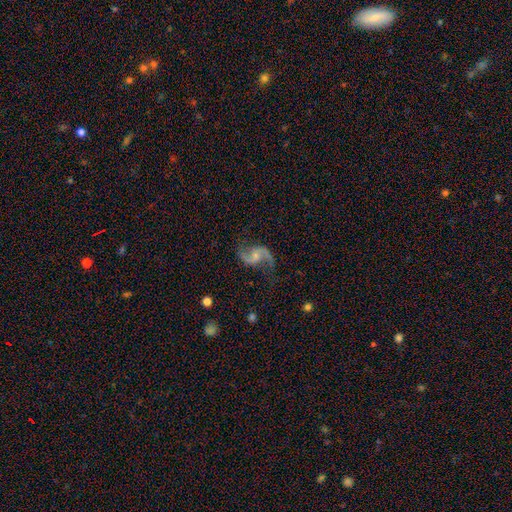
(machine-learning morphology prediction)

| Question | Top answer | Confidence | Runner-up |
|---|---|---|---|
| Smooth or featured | featured or disk | 89% | smooth (5%) |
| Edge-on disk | no | 98% | yes (2%) |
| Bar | no | 48% | weak (41%) |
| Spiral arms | yes | 97% | no (3%) |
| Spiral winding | loose | 70% | medium (26%) |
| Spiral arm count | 2 | 94% | 1 (2%) |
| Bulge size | small | 50% | moderate (28%) |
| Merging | none | 73% | minor disturbance (16%) |